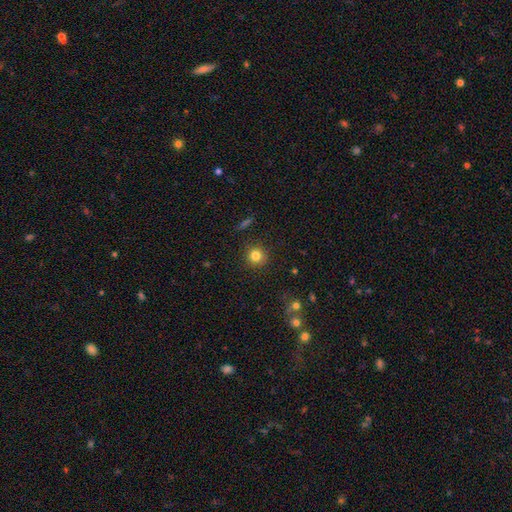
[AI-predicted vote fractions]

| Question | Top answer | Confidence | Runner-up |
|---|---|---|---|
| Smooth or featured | smooth | 82% | star or artifact (12%) |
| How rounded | round | 93% | in between (6%) |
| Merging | none | 89% | minor disturbance (7%) |